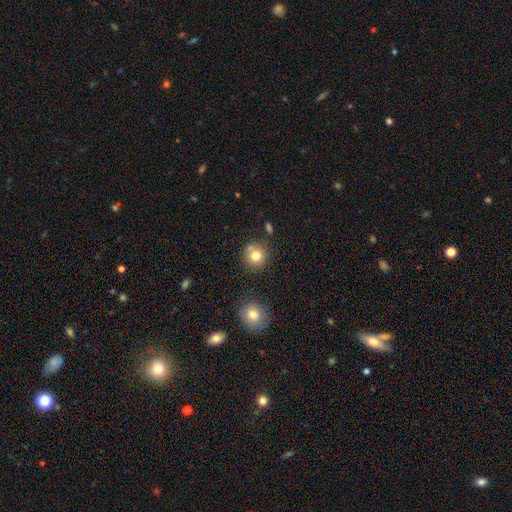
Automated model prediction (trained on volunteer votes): smooth 80%, star or artifact 11%, featured or disk 9%. Down the decision tree: how rounded — round (90%); merging — none (74%).